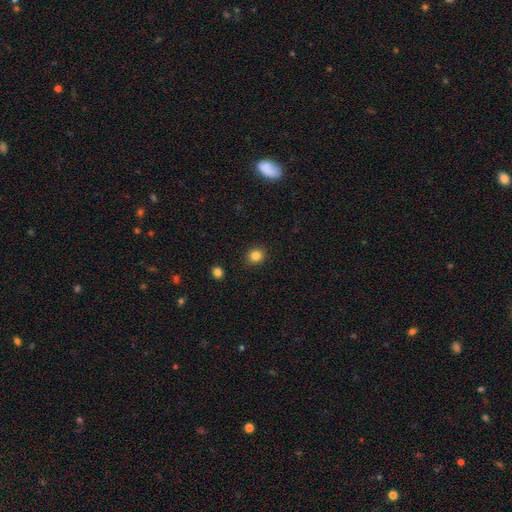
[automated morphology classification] The model was most divided on "how rounded": round: 80%, in between: 19%, cigar-shaped: 1%. More confident: merging — none (90%); smooth or featured — smooth (84%).